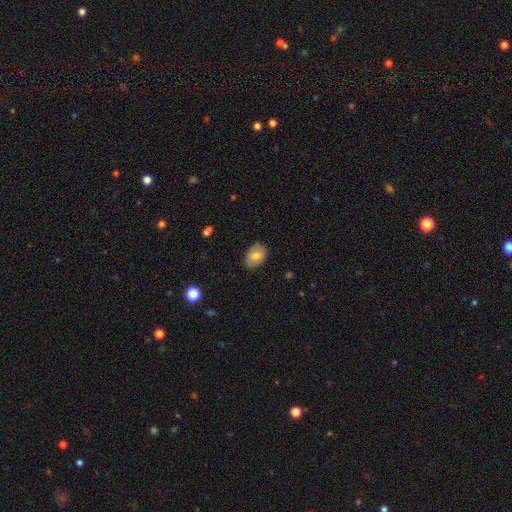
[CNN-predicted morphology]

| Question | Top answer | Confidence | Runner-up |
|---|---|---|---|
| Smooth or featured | smooth | 78% | featured or disk (15%) |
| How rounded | in between | 81% | round (18%) |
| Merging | none | 83% | minor disturbance (13%) |